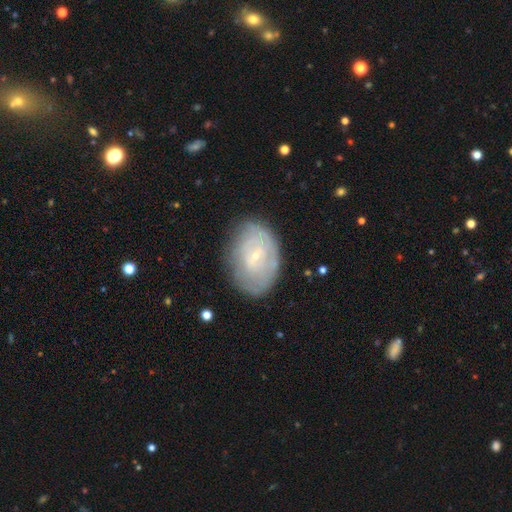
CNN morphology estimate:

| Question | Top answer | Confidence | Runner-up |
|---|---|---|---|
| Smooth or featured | featured or disk | 64% | smooth (29%) |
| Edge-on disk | no | 95% | yes (5%) |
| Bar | no | 62% | weak (31%) |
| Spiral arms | yes | 65% | no (35%) |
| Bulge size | small | 83% | moderate (13%) |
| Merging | none | 71% | minor disturbance (20%) |